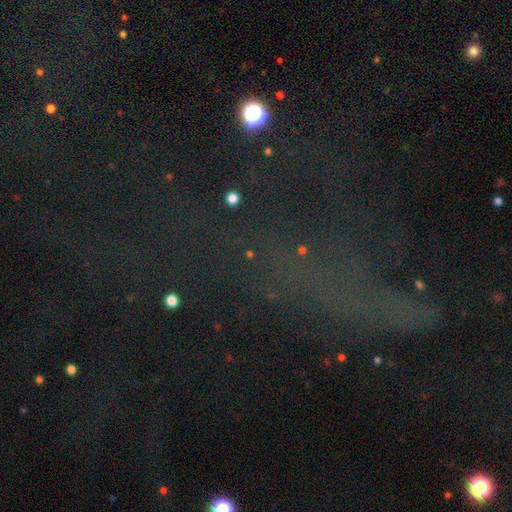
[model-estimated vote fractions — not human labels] A star or artifact, not a galaxy (62%).

Vote fractions:
- Smooth or featured? star or artifact: 62% / smooth: 21% / featured or disk: 17%